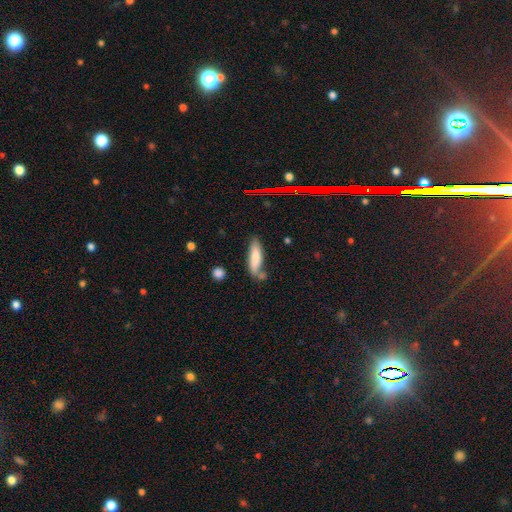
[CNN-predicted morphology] Smooth or featured: smooth — 74% (featured or disk — 18%)
How rounded: cigar-shaped — 58% (in between — 40%)
Merging: none — 59% (minor disturbance — 21%)